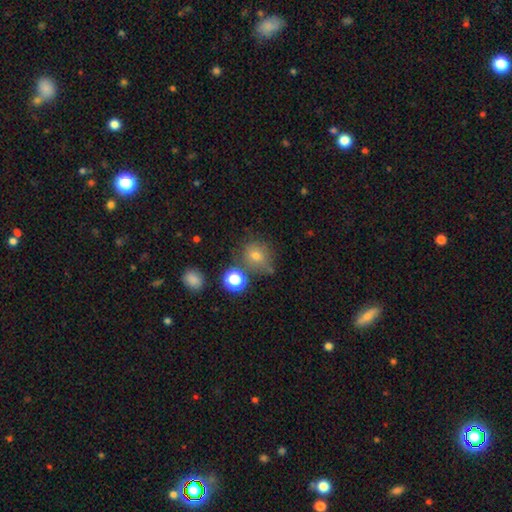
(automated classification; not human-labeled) The model was most divided on "smooth or featured": smooth: 69%, star or artifact: 19%, featured or disk: 12%. More confident: how rounded — round (81%); merging — none (67%).